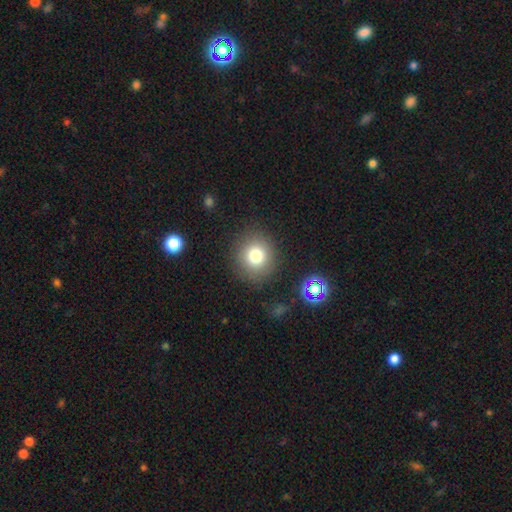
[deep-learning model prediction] Smooth or featured: smooth — 77% (star or artifact — 14%)
How rounded: round — 90% (in between — 9%)
Merging: none — 87% (minor disturbance — 8%)